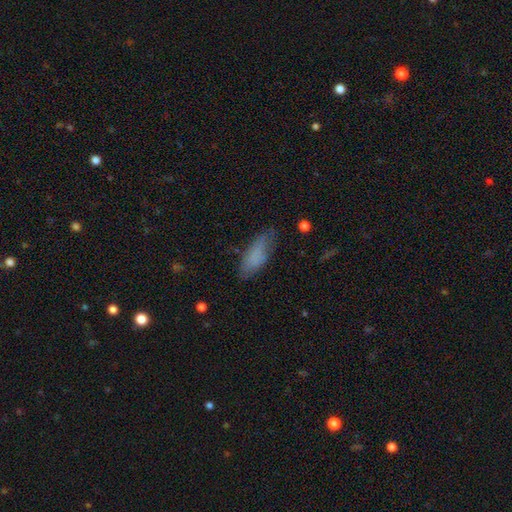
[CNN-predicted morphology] The model was most divided on "merging": none: 63%, minor disturbance: 26%, major disturbance: 9%, merger: 2%. More confident: smooth or featured — smooth (76%); how rounded — in between (68%).